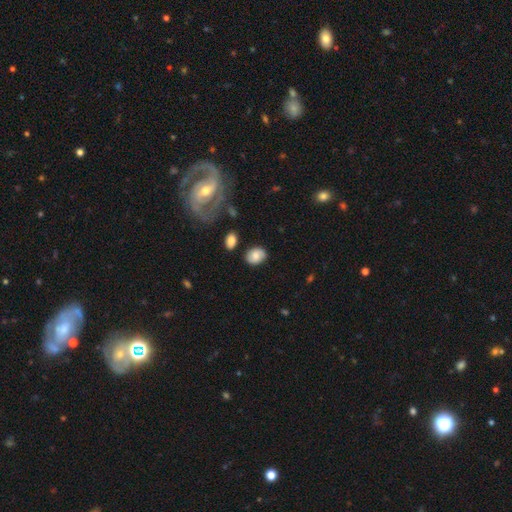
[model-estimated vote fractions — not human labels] smooth 79%, featured or disk 14%, star or artifact 8%. Down the decision tree: how rounded — in between (72%); merging — none (80%).